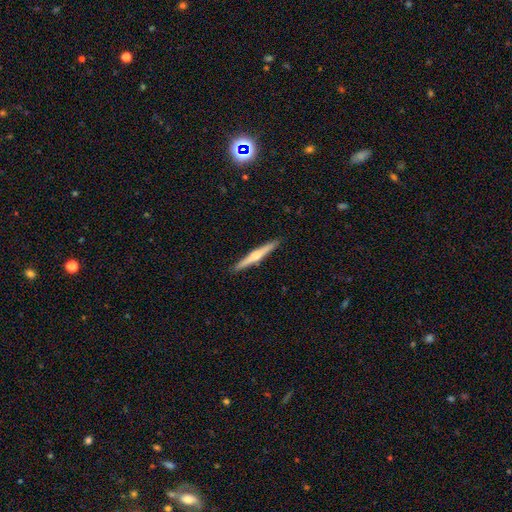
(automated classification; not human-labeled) Overall: featured or disk (57%; smooth 38%). Edge-on disk: yes (98%). Edge-on bulge: rounded (78%). Merging: none (91%).